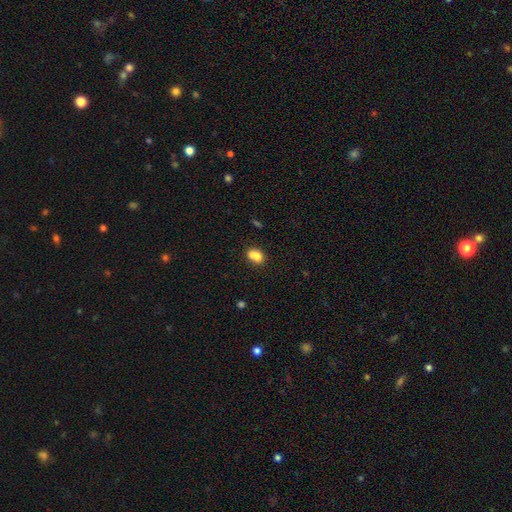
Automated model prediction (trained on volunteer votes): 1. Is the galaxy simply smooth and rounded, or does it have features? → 75% smooth, 15% featured or disk, 10% star or artifact.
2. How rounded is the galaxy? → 56% in between, 42% round, 1% cigar-shaped.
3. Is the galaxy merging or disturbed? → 46% merger, 37% none, 13% minor disturbance, 5% major disturbance.